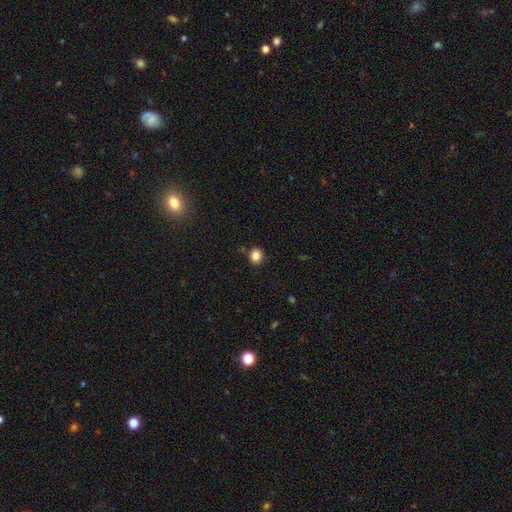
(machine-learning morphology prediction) type=smooth (85%); roundness=round (82%); merging=none (87%).